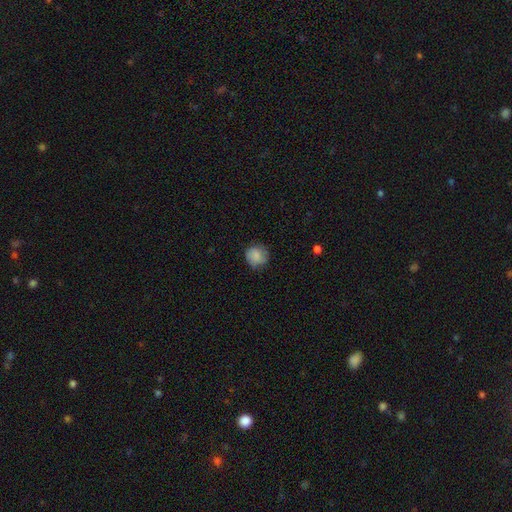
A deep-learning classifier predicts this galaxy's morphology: smooth_or_featured: smooth (p=0.82) [alt: featured or disk p=0.10]
how_rounded: round (p=0.87) [alt: in between p=0.12]
merging: none (p=0.74) [alt: minor disturbance p=0.20]